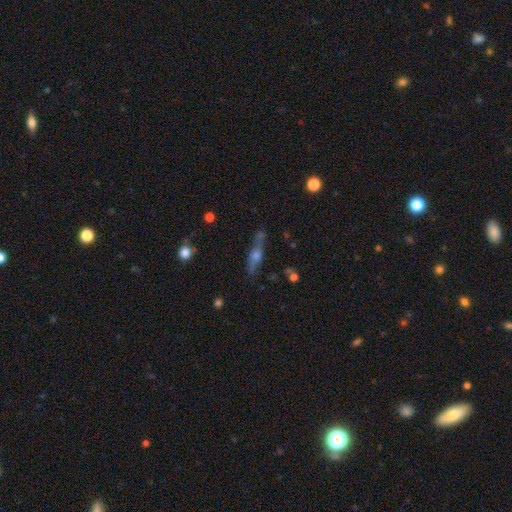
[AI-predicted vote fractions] This appears to be a featured or disk galaxy (59%) viewed edge-on (84%). Merging: none (73%).